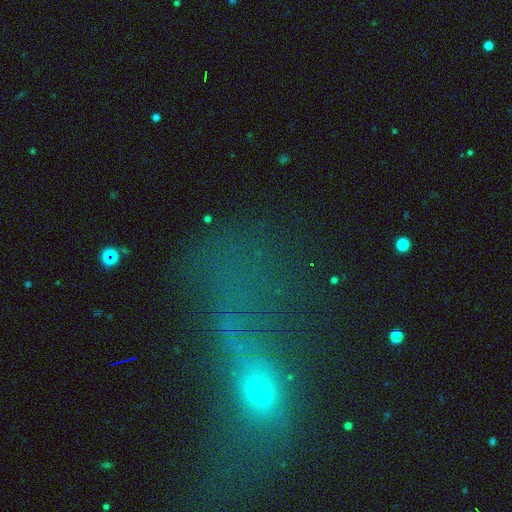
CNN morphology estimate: The model was most divided on "smooth or featured": smooth: 37%, star or artifact: 32%, featured or disk: 32%. Remaining: merging — major disturbance (38%).